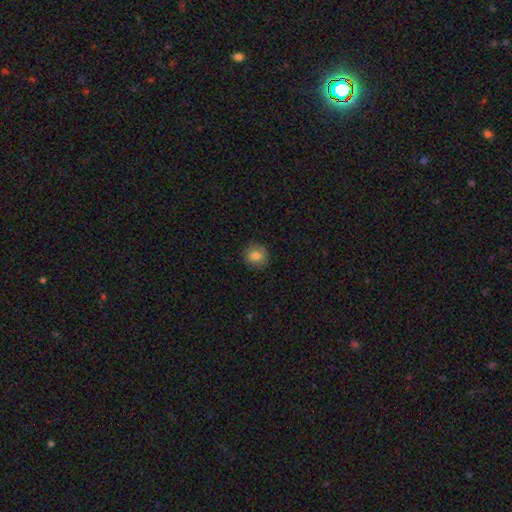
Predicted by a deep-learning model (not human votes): Overall: smooth (79%). How rounded: round (86%). Merging: none (86%).